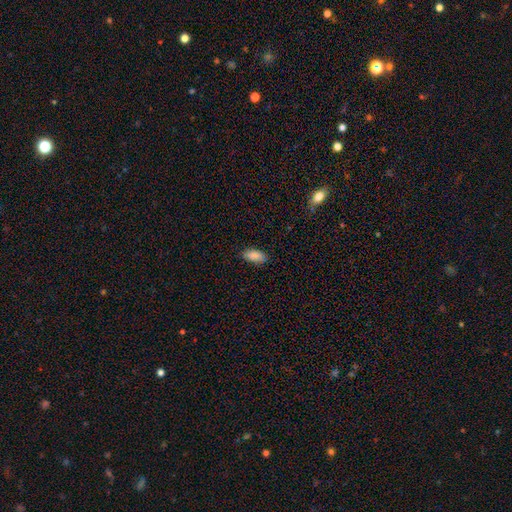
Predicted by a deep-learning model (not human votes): Q: Smooth or featured?
A: smooth (89%); runner-up: star or artifact (7%)
Q: How rounded?
A: in between (89%); runner-up: cigar-shaped (8%)
Q: Merging?
A: none (85%); runner-up: minor disturbance (11%)